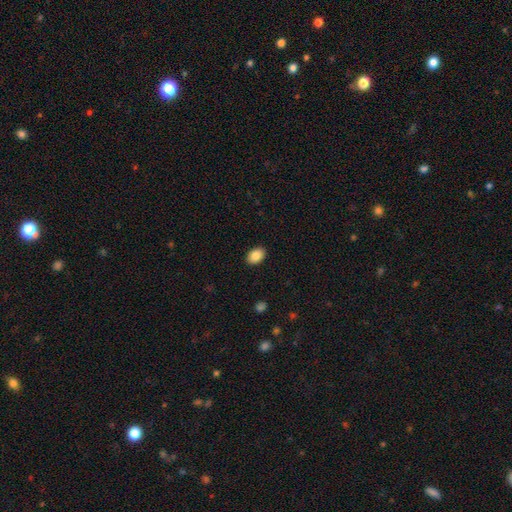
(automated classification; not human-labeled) smooth_or_featured: smooth (p=0.87) [alt: star or artifact p=0.07]
how_rounded: in between (p=0.86) [alt: round p=0.13]
merging: none (p=0.90) [alt: minor disturbance p=0.07]